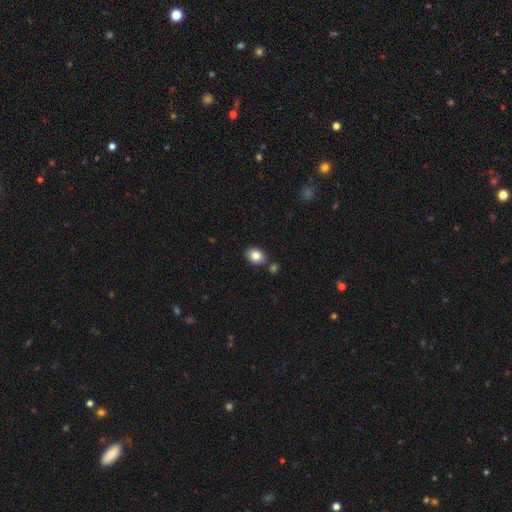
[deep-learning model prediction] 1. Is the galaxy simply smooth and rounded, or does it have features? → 82% smooth, 9% featured or disk, 9% star or artifact.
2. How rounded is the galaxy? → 61% in between, 38% round, 1% cigar-shaped.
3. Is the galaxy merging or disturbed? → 79% none, 10% minor disturbance, 8% merger, 2% major disturbance.